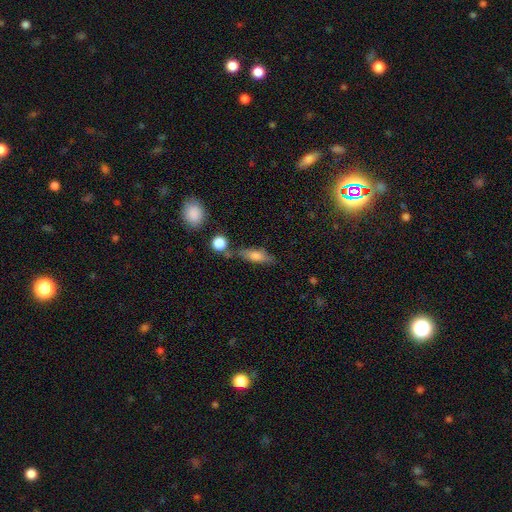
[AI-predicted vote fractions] This is likely a smooth galaxy (64%). How rounded: possibly cigar-shaped (49%). Merging: likely none (69%).